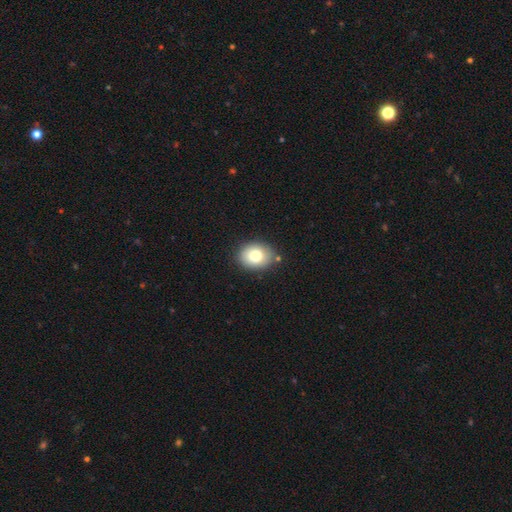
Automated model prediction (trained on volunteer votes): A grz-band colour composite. It shows a smooth galaxy with no disk features (80%) that is in between round and cigar-shaped (57%). Merging: none (82%).